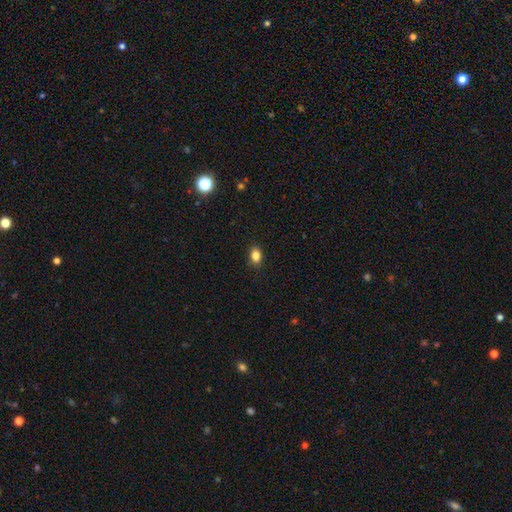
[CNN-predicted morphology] Q: Smooth or featured?
A: smooth (84%); runner-up: star or artifact (11%)
Q: How rounded?
A: in between (72%); runner-up: round (27%)
Q: Merging?
A: none (88%); runner-up: minor disturbance (9%)